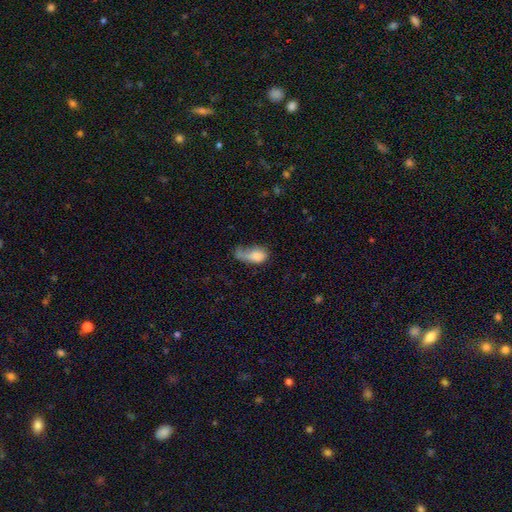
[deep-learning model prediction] Q: Smooth or featured?
A: smooth (74%); runner-up: featured or disk (17%)
Q: How rounded?
A: in between (86%); runner-up: round (9%)
Q: Merging?
A: major disturbance (40%); runner-up: none (24%)